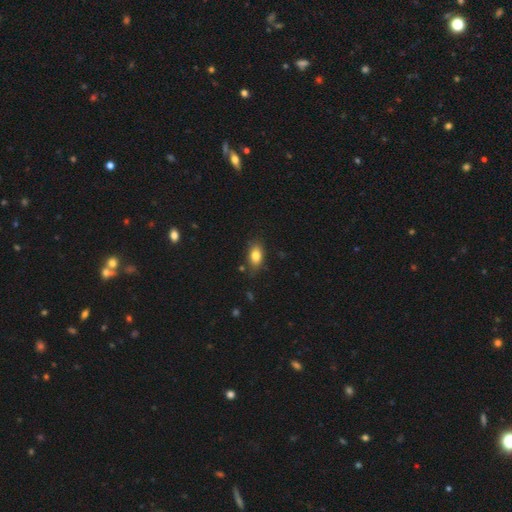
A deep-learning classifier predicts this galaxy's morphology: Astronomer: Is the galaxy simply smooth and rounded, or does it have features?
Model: smooth — 82%.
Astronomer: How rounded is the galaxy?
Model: in between — 84%.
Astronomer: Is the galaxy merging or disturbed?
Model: none — 77%.